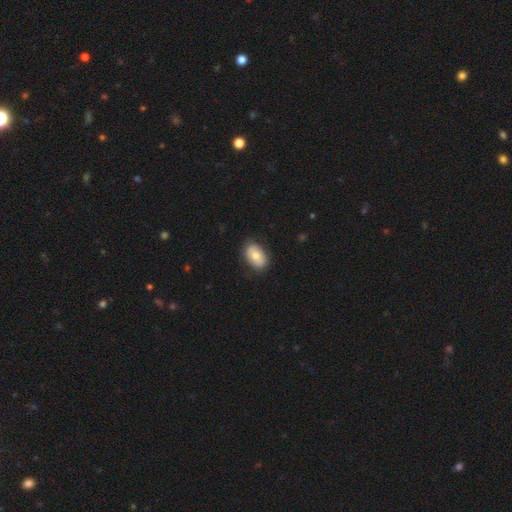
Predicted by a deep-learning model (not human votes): Smooth or featured?
  - smooth: 68% *
  - featured or disk: 26%
  - star or artifact: 6%
How rounded?
  - in between: 87% *
  - round: 12%
  - cigar-shaped: 1%
Merging?
  - none: 82% *
  - minor disturbance: 14%
  - major disturbance: 4%
  - merger: 1%